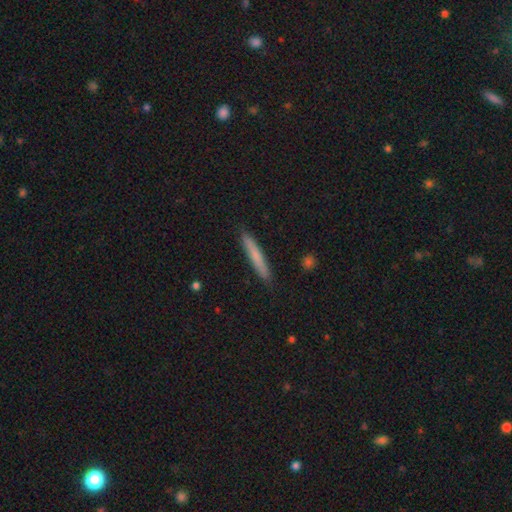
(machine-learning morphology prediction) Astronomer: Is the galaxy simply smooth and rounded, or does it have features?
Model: smooth — 71%.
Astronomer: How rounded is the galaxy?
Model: cigar-shaped — 95%.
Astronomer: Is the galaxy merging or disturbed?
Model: none — 90%.